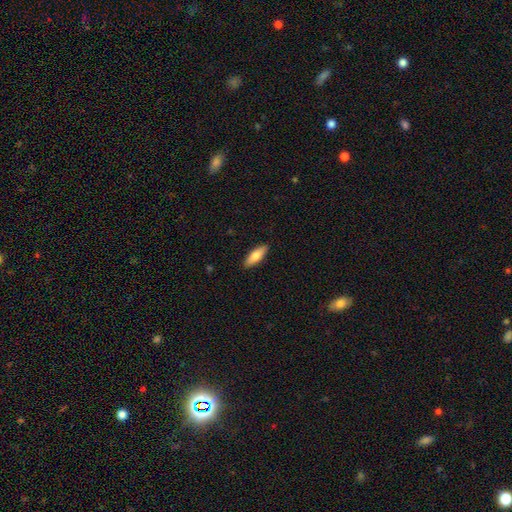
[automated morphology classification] Q: Smooth or featured?
A: smooth (77%); runner-up: featured or disk (18%)
Q: How rounded?
A: in between (59%); runner-up: cigar-shaped (39%)
Q: Merging?
A: none (90%); runner-up: minor disturbance (8%)